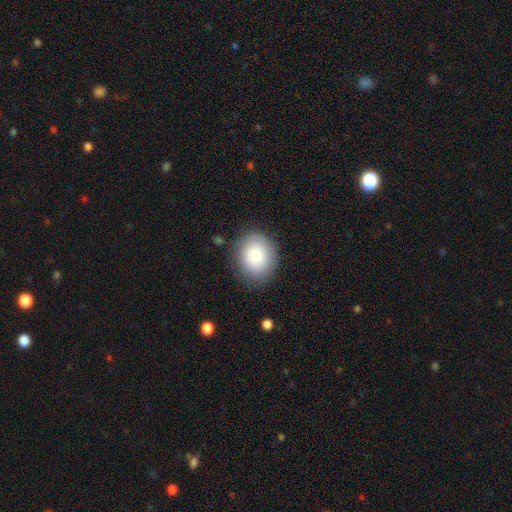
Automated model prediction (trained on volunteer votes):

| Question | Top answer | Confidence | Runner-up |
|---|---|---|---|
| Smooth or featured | smooth | 85% | featured or disk (8%) |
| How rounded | round | 55% | in between (44%) |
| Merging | none | 84% | minor disturbance (11%) |